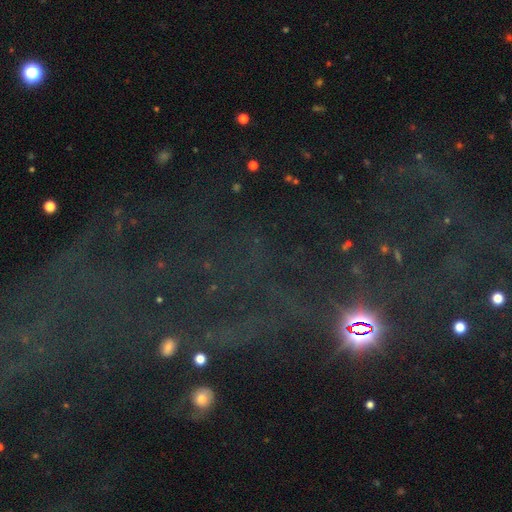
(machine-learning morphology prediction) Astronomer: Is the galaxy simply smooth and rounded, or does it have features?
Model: star or artifact — 71%.